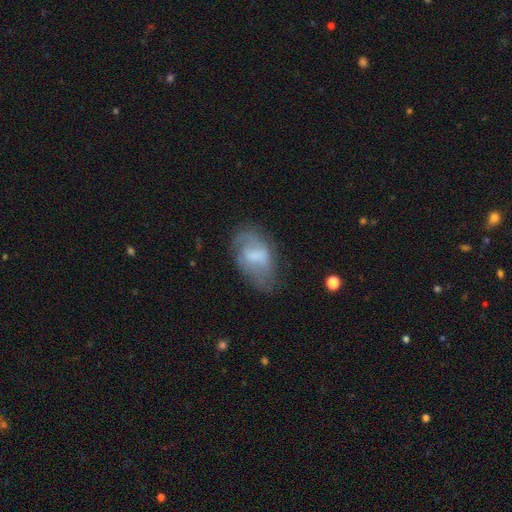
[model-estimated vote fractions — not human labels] Smooth or featured: smooth — 47% (featured or disk — 44%)
Merging: none — 48% (minor disturbance — 30%)